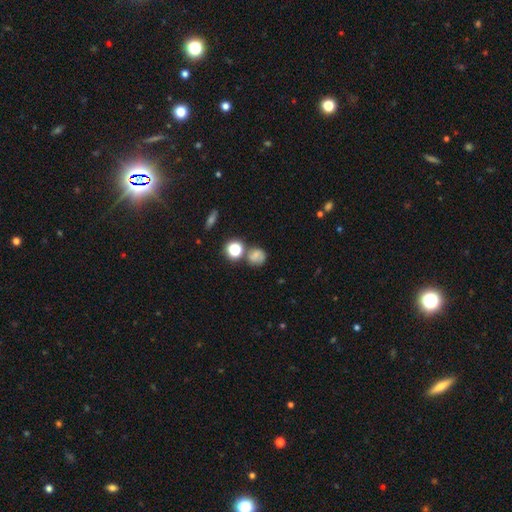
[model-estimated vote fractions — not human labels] Smooth or featured? Predicted: smooth (p=0.61). How rounded? Predicted: round (p=0.76). Merging? Predicted: none (p=0.58).